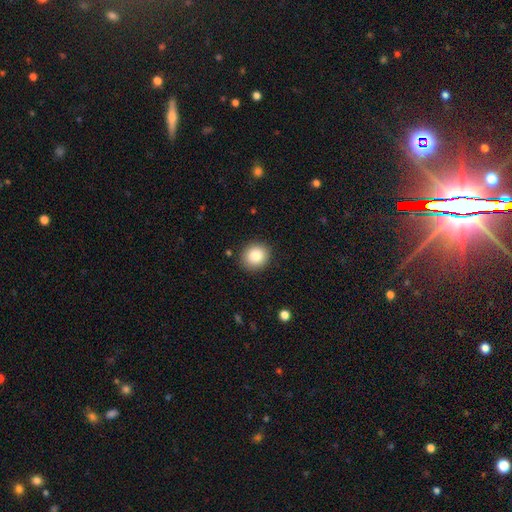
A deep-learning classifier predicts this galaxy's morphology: A smooth galaxy with no disk features (84%) that is round (78%). Merging: none (89%).